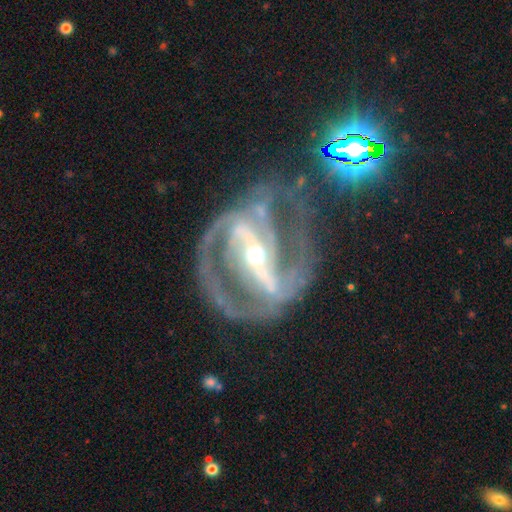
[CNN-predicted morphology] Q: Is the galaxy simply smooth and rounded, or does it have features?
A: featured or disk — 92%.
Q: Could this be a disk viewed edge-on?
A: no — 97%.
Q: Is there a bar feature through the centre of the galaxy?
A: strong — 79%.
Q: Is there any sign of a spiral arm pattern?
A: yes — 97%.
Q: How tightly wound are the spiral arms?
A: medium — 51%.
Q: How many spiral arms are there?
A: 2 — 77%.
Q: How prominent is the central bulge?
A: small — 54%.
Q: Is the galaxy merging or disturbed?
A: none — 59%.